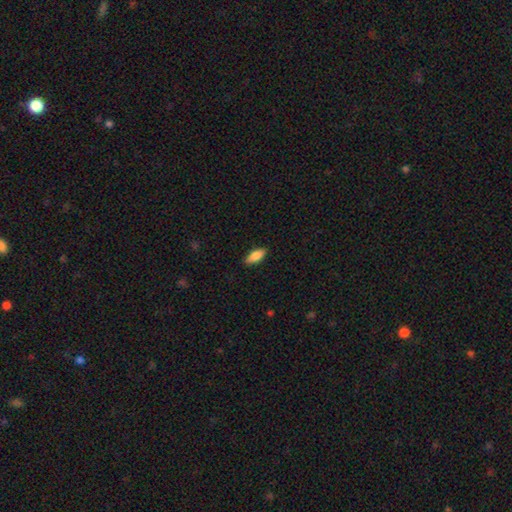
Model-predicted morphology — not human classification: Smooth or featured? Predicted: smooth (p=0.82). How rounded? Predicted: in between (p=0.77). Merging? Predicted: none (p=0.87).